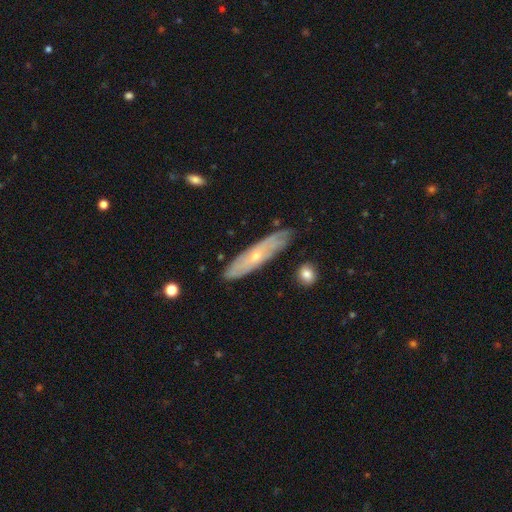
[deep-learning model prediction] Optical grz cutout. It shows a featured or disk galaxy (63%). Merging: none (79%).